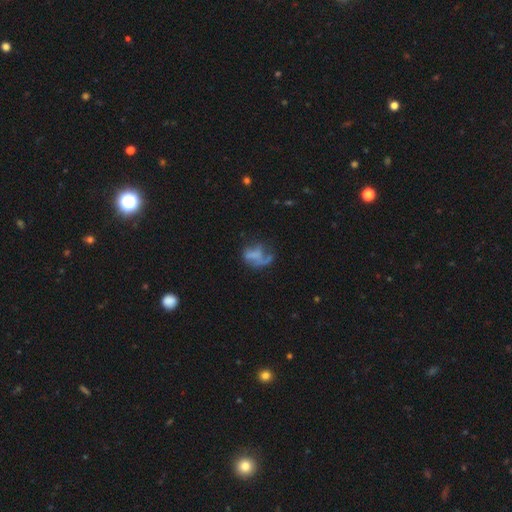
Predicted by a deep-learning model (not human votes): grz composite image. It shows a featured or disk galaxy (46%). Merging: major disturbance (41%).